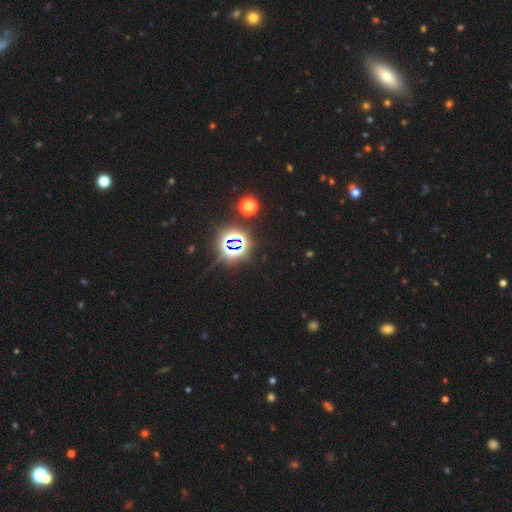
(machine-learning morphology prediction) This is clearly a star or artifact rather than a galaxy (81%).